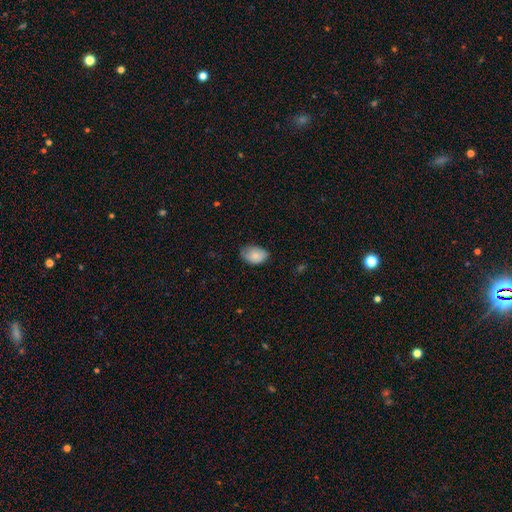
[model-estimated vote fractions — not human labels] smooth 81%, featured or disk 12%, star or artifact 7%. Down the decision tree: how rounded — in between (83%); merging — none (64%).